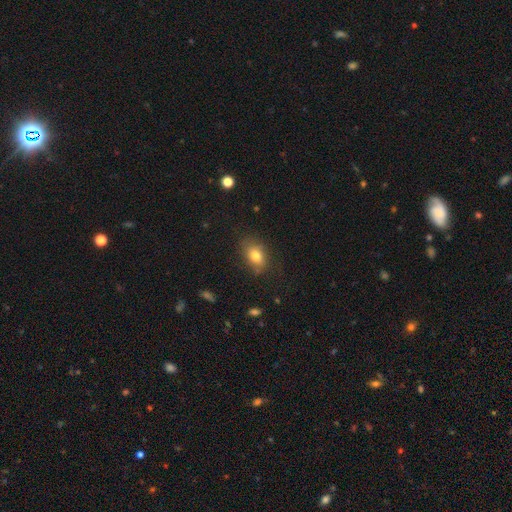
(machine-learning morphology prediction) smooth 78%, featured or disk 12%, star or artifact 10%. Down the decision tree: how rounded — in between (78%); merging — none (74%).